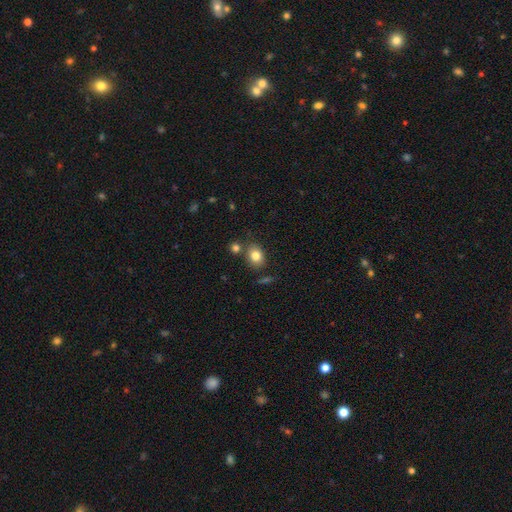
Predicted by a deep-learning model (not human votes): A smooth galaxy with no disk features (82%) that is in between round and cigar-shaped (51%). Merging: none (74%).